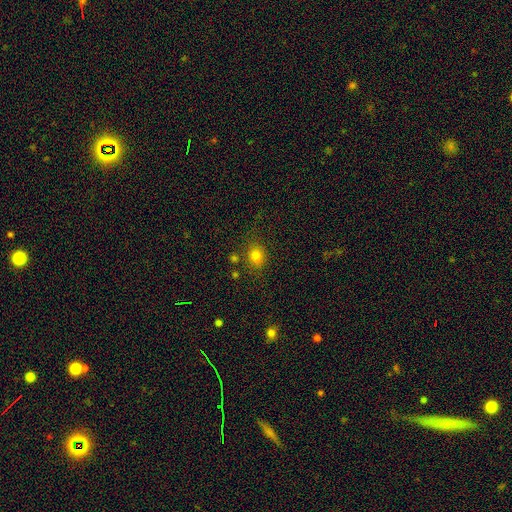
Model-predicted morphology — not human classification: Smooth or featured? smooth (78%)
How rounded? round (56%)
Merging? none (76%)